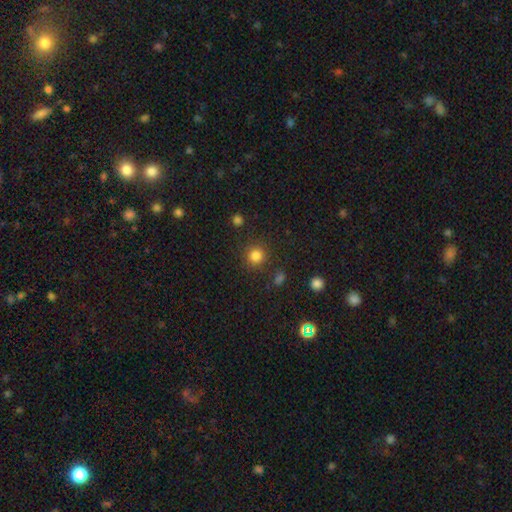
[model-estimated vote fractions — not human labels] Overall: smooth (83%). How rounded: round (92%). Merging: none (86%).